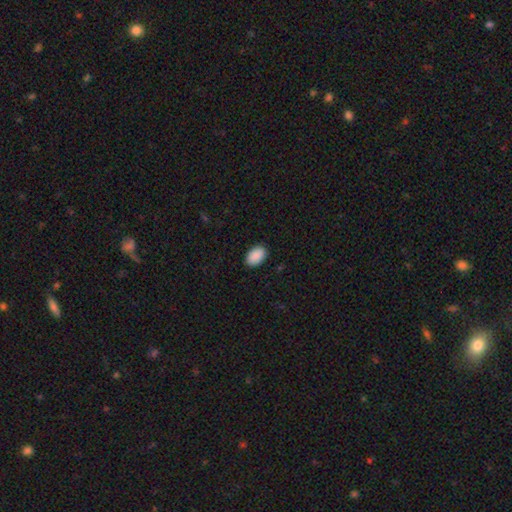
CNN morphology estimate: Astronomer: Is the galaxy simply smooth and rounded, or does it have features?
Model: smooth — 91%.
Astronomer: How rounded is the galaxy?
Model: in between — 91%.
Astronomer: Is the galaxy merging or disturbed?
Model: none — 90%.